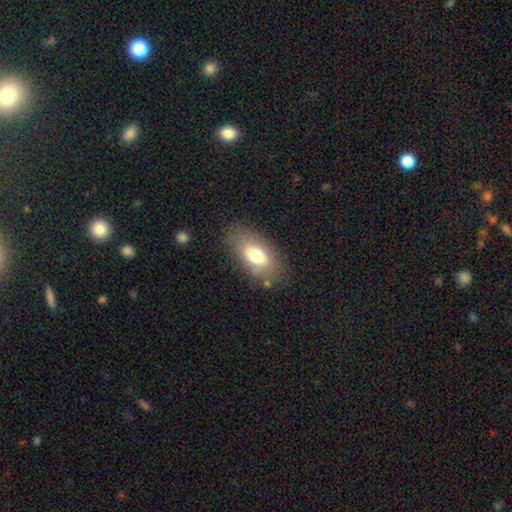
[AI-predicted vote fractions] Q: Smooth or featured?
A: smooth (72%); runner-up: featured or disk (19%)
Q: How rounded?
A: in between (90%); runner-up: round (6%)
Q: Merging?
A: none (78%); runner-up: minor disturbance (15%)